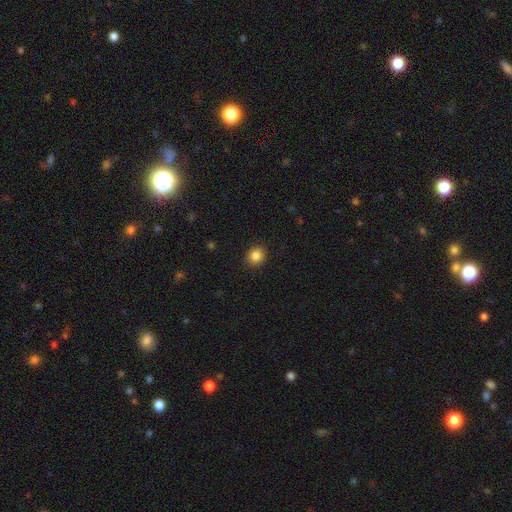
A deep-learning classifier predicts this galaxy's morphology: Overall: smooth (86%). How rounded: round (79%). Merging: none (90%).